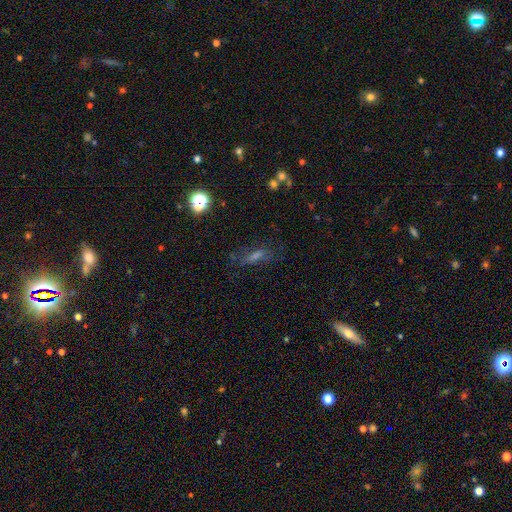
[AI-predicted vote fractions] Q: Smooth or featured?
A: smooth (42%); runner-up: featured or disk (30%)
Q: Merging?
A: none (69%); runner-up: minor disturbance (17%)